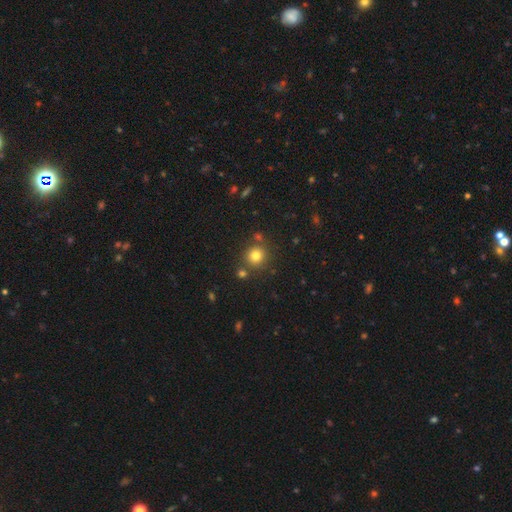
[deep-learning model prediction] smooth_or_featured: smooth (p=0.78) [alt: star or artifact p=0.14]
how_rounded: round (p=0.91) [alt: in between p=0.08]
merging: none (p=0.80) [alt: merger p=0.10]